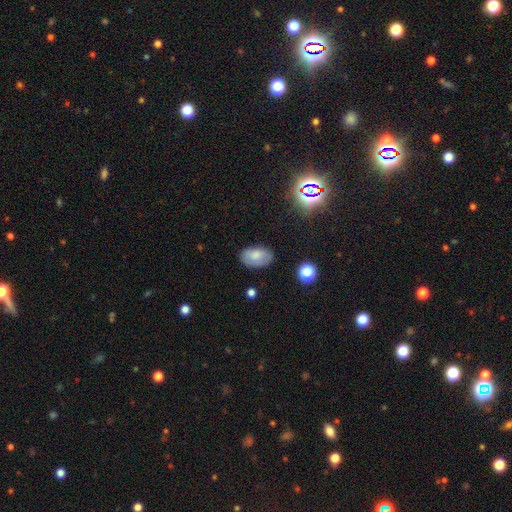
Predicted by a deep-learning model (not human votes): A smooth galaxy with no disk features (76%) that is in between round and cigar-shaped (93%).

Vote fractions:
- Smooth or featured? smooth: 76% / featured or disk: 16% / star or artifact: 9%
- How rounded? in between: 93% / round: 6% / cigar-shaped: 1%
- Merging? none: 80% / minor disturbance: 15% / major disturbance: 3% / merger: 1%